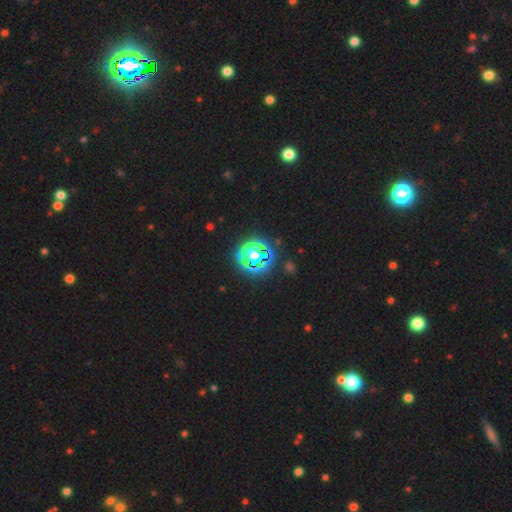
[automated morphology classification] Smooth or featured: star or artifact — 73% (smooth — 18%)